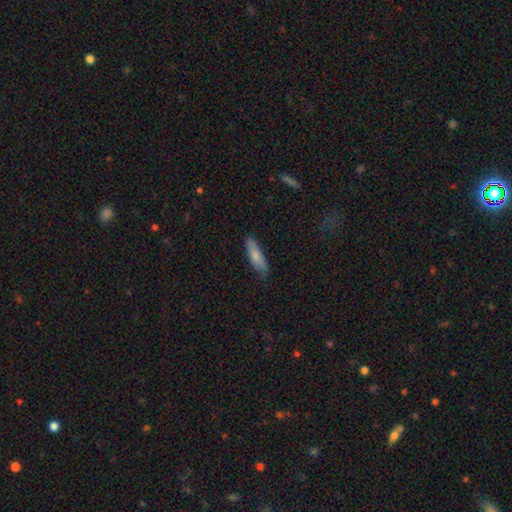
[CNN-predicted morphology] Smooth or featured? smooth (79%)
How rounded? cigar-shaped (61%)
Merging? none (79%)